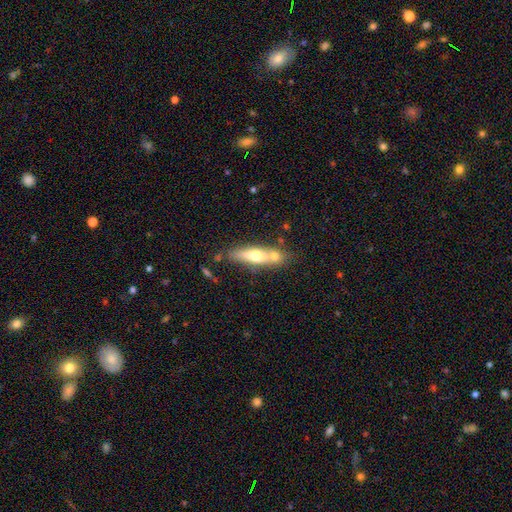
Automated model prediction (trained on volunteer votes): Smooth or featured? Predicted: smooth (p=0.55). How rounded? Predicted: cigar-shaped (p=0.66). Merging? Predicted: none (p=0.55).